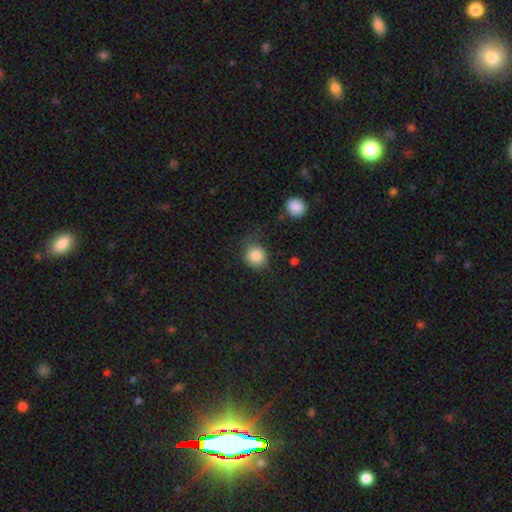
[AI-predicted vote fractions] Smooth or featured: smooth — 85% (star or artifact — 9%)
How rounded: round — 82% (in between — 17%)
Merging: none — 71% (minor disturbance — 20%)